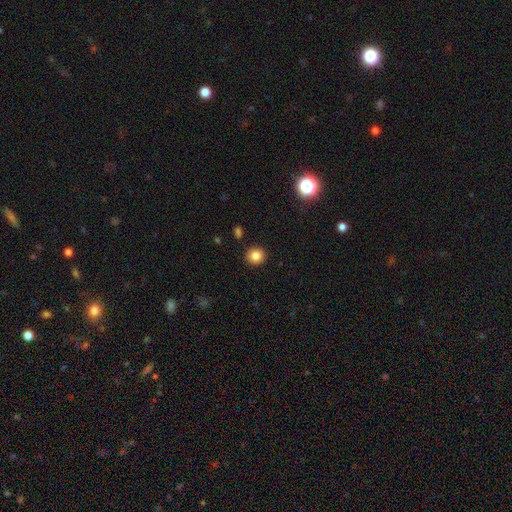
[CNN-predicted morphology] Overall: smooth (84%). How rounded: round (87%). Merging: none (91%).